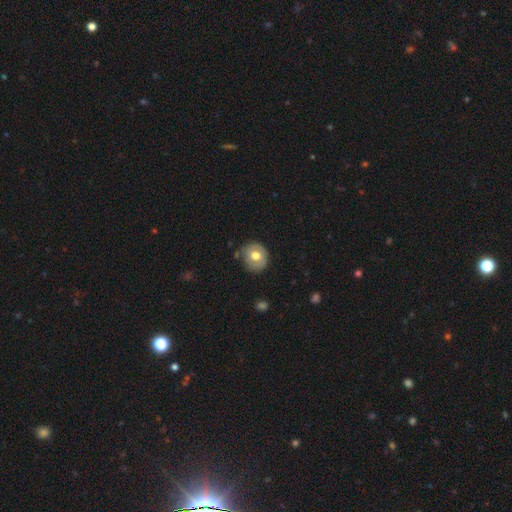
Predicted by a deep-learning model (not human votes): smooth 62%, featured or disk 30%, star or artifact 7%. Down the decision tree: how rounded — round (84%); merging — none (76%).